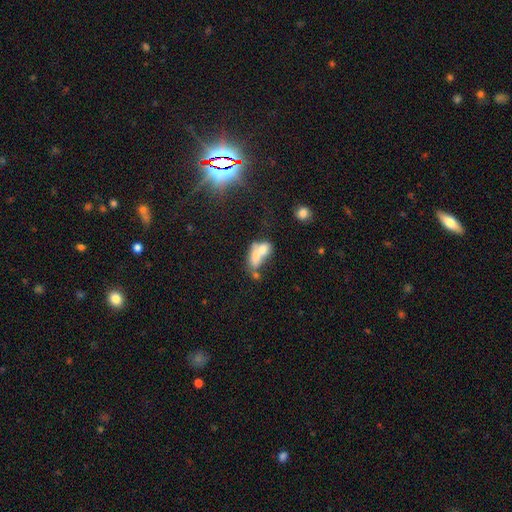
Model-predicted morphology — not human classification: Smooth or featured: smooth — 59% (featured or disk — 30%)
How rounded: in between — 79% (round — 14%)
Merging: merger — 67% (none — 17%)